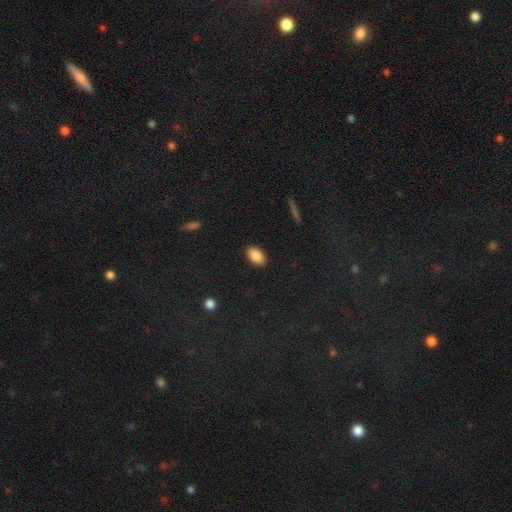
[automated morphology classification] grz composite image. It shows a smooth galaxy with no disk features (87%) that is in between round and cigar-shaped (93%). Merging: none (89%).